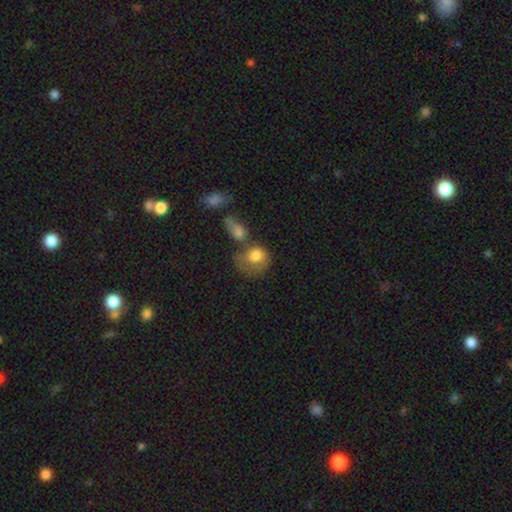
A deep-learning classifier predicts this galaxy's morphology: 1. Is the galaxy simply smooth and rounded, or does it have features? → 73% smooth, 19% featured or disk, 8% star or artifact.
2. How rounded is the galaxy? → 63% round, 36% in between, 1% cigar-shaped.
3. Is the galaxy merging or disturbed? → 38% merger, 26% none, 19% major disturbance, 17% minor disturbance.